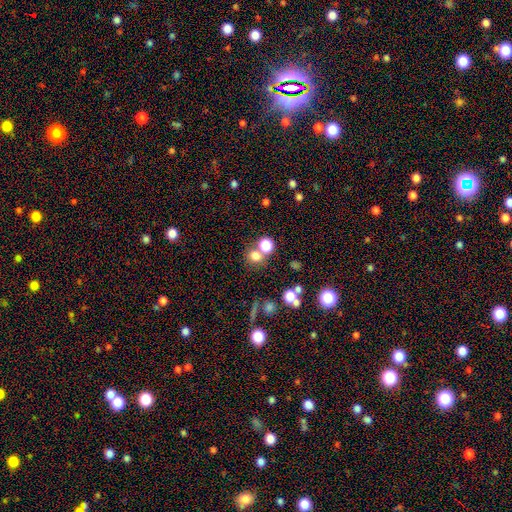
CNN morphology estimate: Overall: smooth (72%). How rounded: round (81%). Merging: none (59%; merger 29%).